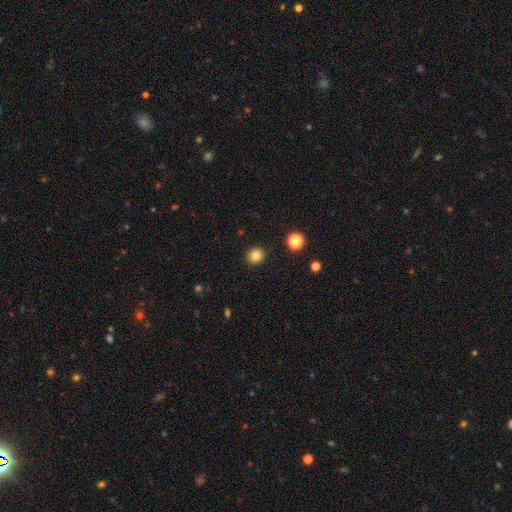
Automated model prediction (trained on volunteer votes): smooth-or-featured: smooth: 83% | star or artifact: 12% | featured or disk: 6%
  how-rounded: round: 85% | in between: 14% | cigar-shaped: 1%
  merging: none: 91% | minor disturbance: 6% | major disturbance: 2% | merger: 1%